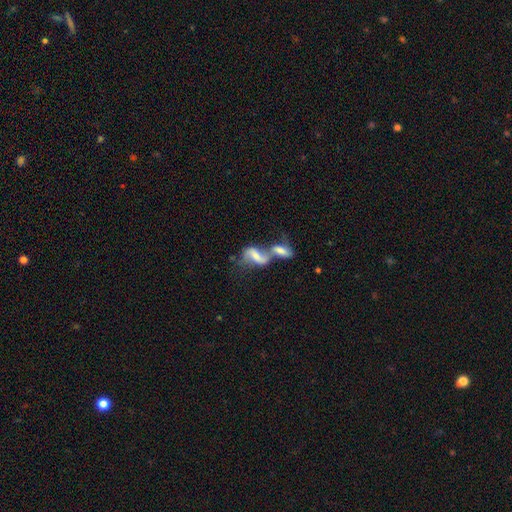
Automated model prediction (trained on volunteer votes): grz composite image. It shows a featured or disk galaxy (61%) with a weak bar (38%), spiral arms (75%) and a moderate central bulge (35%). Merging: merger (71%).